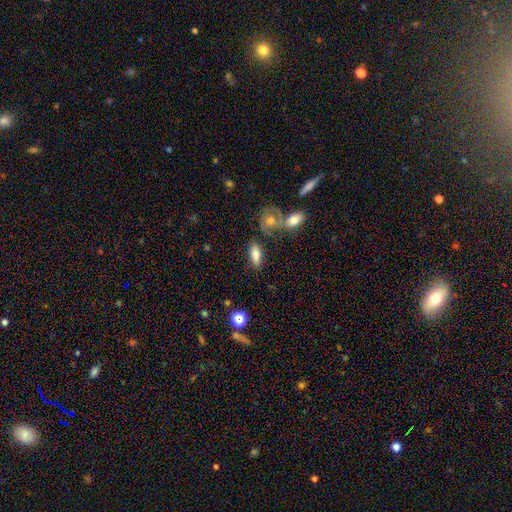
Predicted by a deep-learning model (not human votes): Overall: smooth (77%). How rounded: in between (78%). Merging: none (67%).